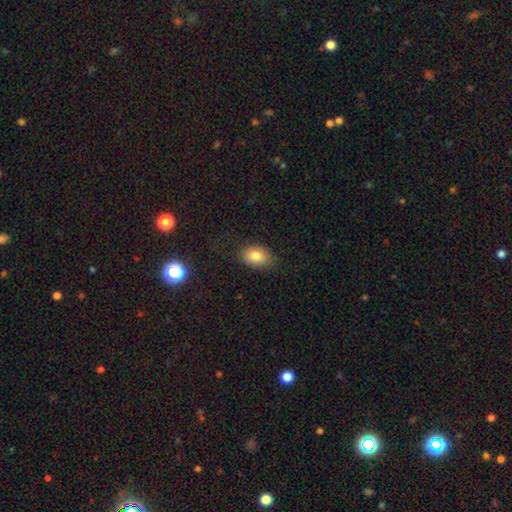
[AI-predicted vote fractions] Q: Smooth or featured?
A: smooth (80%); runner-up: featured or disk (10%)
Q: How rounded?
A: in between (81%); runner-up: round (18%)
Q: Merging?
A: none (81%); runner-up: minor disturbance (14%)